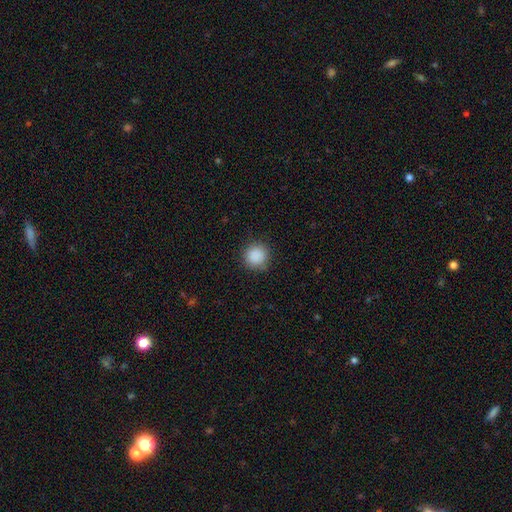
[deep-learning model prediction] Morphology: type=smooth (88%); roundness=round (93%); merging=none (87%).